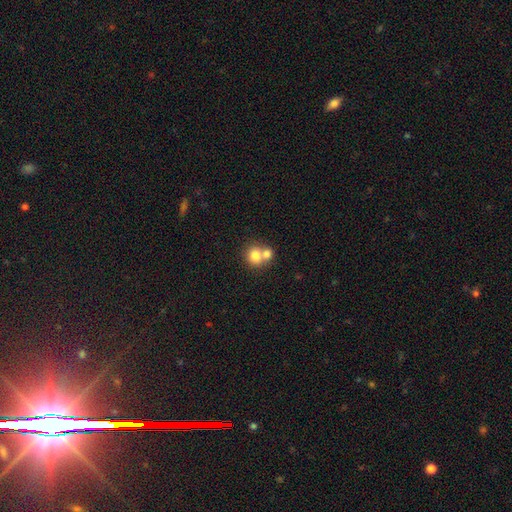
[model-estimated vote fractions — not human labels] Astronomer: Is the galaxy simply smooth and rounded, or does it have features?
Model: smooth — 77%.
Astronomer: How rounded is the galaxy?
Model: round — 81%.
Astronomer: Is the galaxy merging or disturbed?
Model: merger — 55% (runner-up: none, 37%).